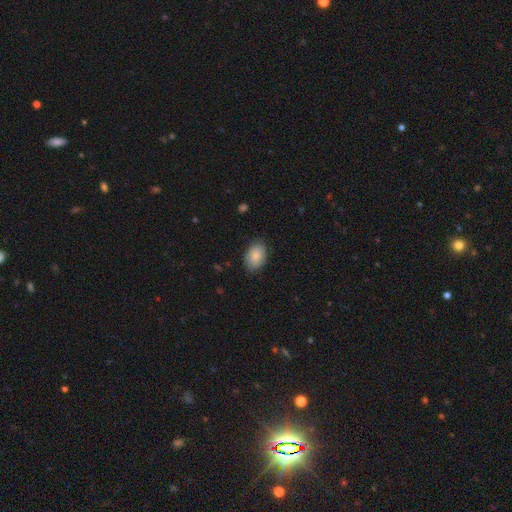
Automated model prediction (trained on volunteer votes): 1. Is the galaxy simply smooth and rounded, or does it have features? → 85% smooth, 8% featured or disk, 7% star or artifact.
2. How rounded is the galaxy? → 88% in between, 11% round, 1% cigar-shaped.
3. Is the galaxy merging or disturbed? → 84% none, 13% minor disturbance, 3% major disturbance, 1% merger.